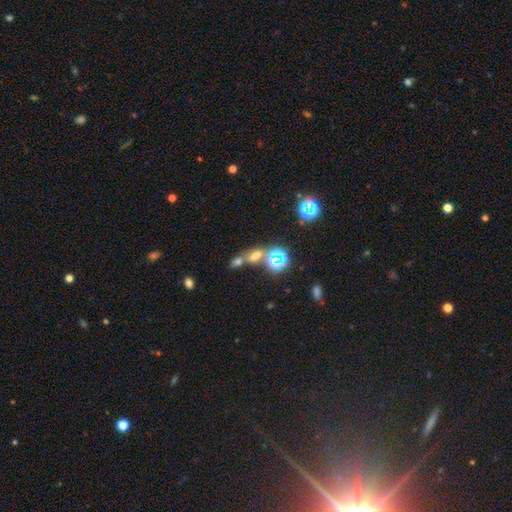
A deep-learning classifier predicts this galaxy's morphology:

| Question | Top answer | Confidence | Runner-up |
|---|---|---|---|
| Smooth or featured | smooth | 49% | star or artifact (37%) |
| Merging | merger | 45% | none (39%) |